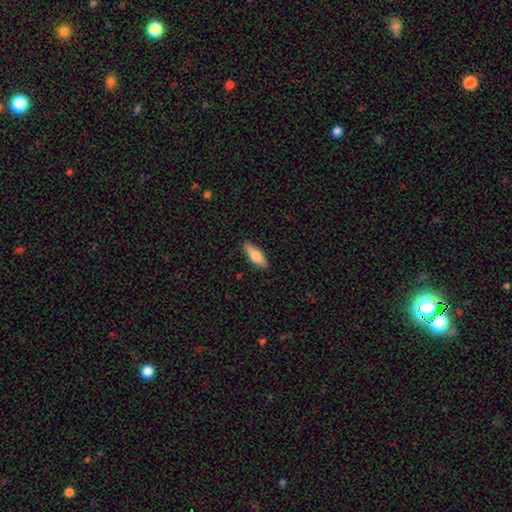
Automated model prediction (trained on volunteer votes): This is likely a smooth galaxy (72%). How rounded: likely in between (64%). Merging: clearly none (88%).